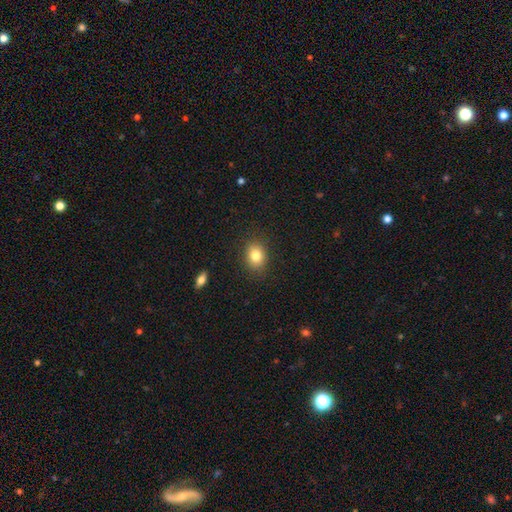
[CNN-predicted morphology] This is clearly a smooth galaxy (82%). How rounded: possibly in between (58%). Merging: clearly none (87%).